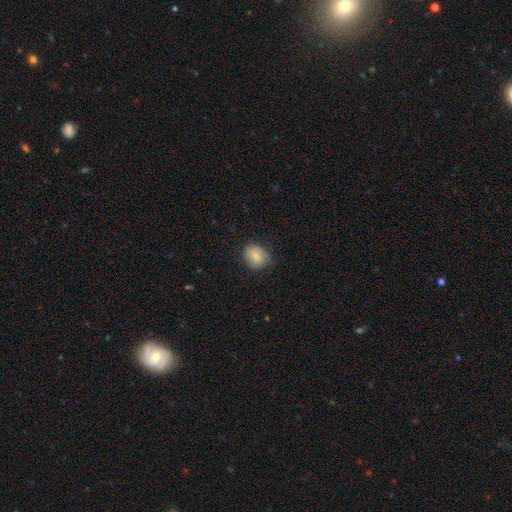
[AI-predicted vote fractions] Q: Smooth or featured?
A: smooth (80%); runner-up: featured or disk (12%)
Q: How rounded?
A: round (59%); runner-up: in between (40%)
Q: Merging?
A: none (73%); runner-up: minor disturbance (22%)